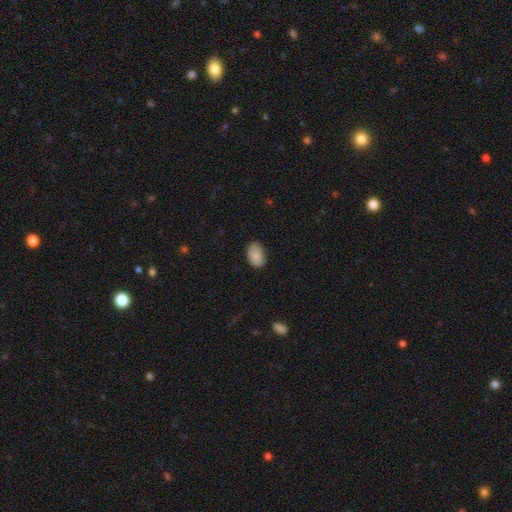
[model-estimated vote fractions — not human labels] Overall: smooth (87%). How rounded: in between (90%). Merging: none (74%).